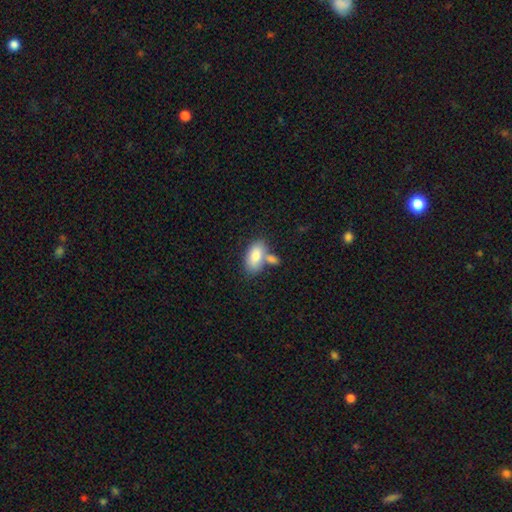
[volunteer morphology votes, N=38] smooth-or-featured: smooth: 84% | featured or disk: 11% | star or artifact: 5%
  how-rounded: in between: 97% | cigar-shaped: 3% | round: 0%
  merging: none: 64% | merger: 22% | minor disturbance: 8% | major disturbance: 6%